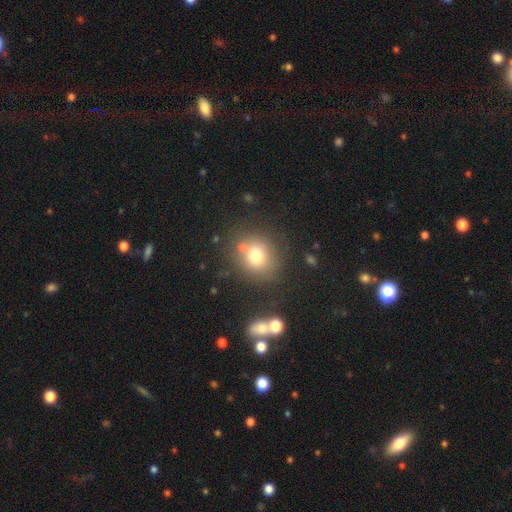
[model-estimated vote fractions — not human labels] Smooth or featured: smooth — 73% (star or artifact — 14%)
How rounded: round — 78% (in between — 21%)
Merging: none — 70% (merger — 13%)